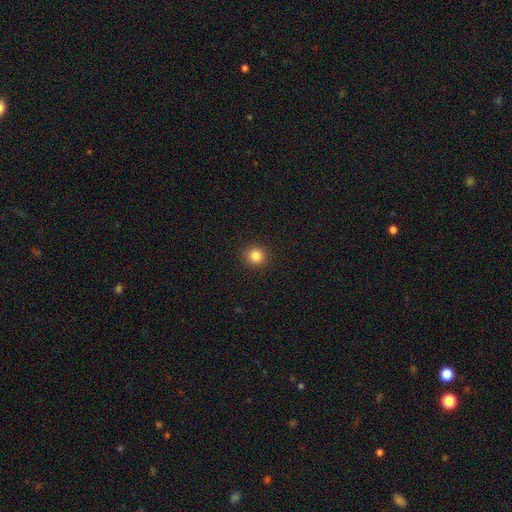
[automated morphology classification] Smooth or featured? Predicted: smooth (p=0.84). How rounded? Predicted: round (p=0.94). Merging? Predicted: none (p=0.92).